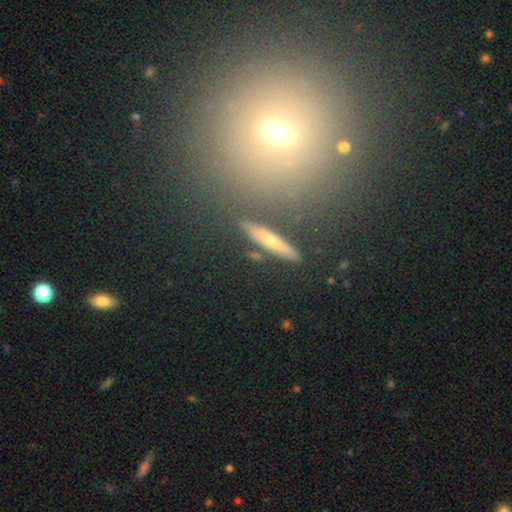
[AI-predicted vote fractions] This is marginally a featured or disk galaxy (41%). Merging: clearly none (85%).